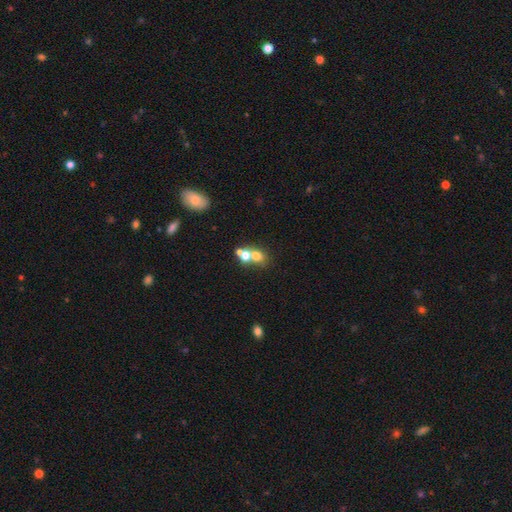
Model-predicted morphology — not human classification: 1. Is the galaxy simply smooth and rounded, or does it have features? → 64% smooth, 21% featured or disk, 15% star or artifact.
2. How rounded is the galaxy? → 61% round, 38% in between, 2% cigar-shaped.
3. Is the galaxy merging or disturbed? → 57% merger, 32% none, 7% minor disturbance, 4% major disturbance.